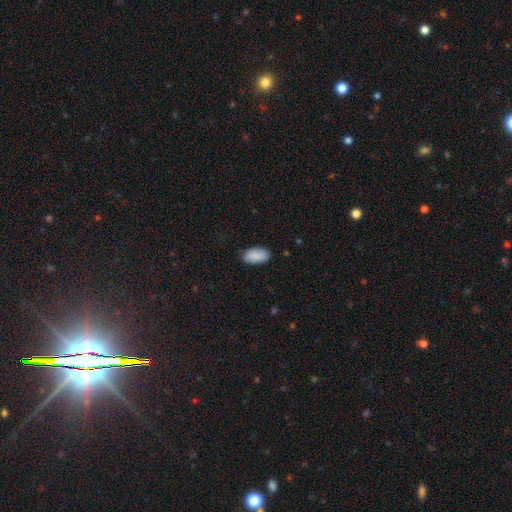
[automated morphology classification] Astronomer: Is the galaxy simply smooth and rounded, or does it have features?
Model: smooth — 90%.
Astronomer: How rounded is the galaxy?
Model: in between — 95%.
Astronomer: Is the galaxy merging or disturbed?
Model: none — 85%.